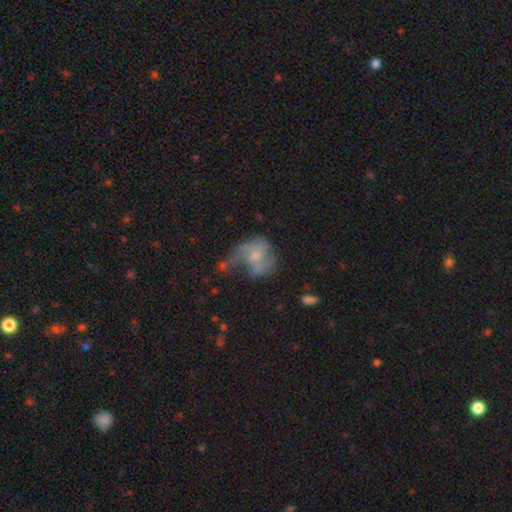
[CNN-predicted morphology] The model was most divided on "bulge size": moderate: 38%, small: 35%, none: 19%, large: 6%, dominant: 2%. Remaining: edge-on disk — no (98%); bar — no (70%); spiral arms — yes (56%); smooth or featured — featured or disk (54%); merging — major disturbance (40%).